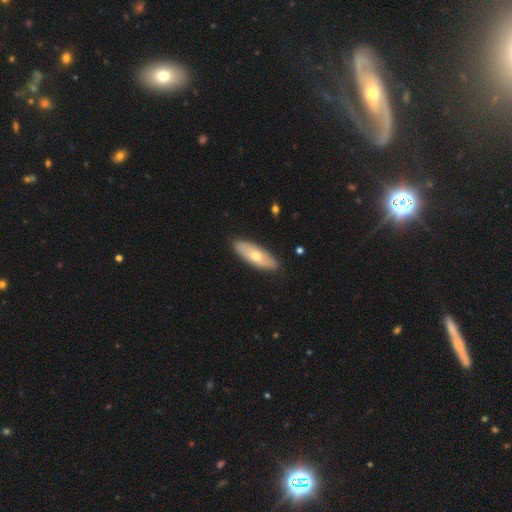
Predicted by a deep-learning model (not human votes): smooth_or_featured: smooth (p=0.58) [alt: featured or disk p=0.37]
how_rounded: in between (p=0.67) [alt: cigar-shaped p=0.31]
merging: none (p=0.89) [alt: minor disturbance p=0.08]